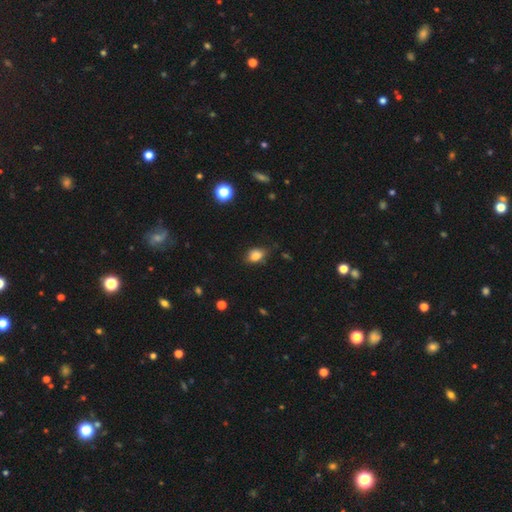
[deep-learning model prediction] Overall: smooth (83%). How rounded: in between (75%). Merging: none (68%).